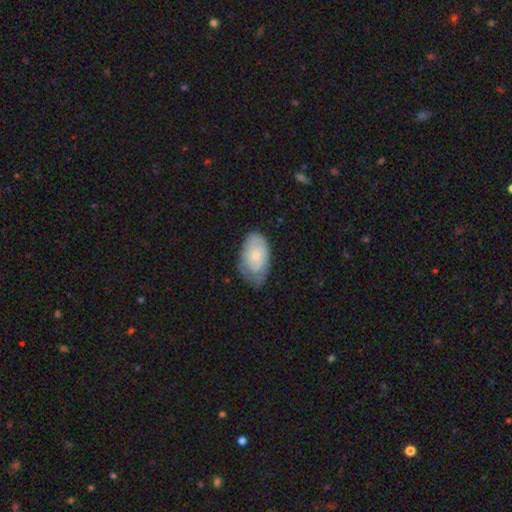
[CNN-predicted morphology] This appears to be a featured or disk galaxy (49%). Merging: none (56%).